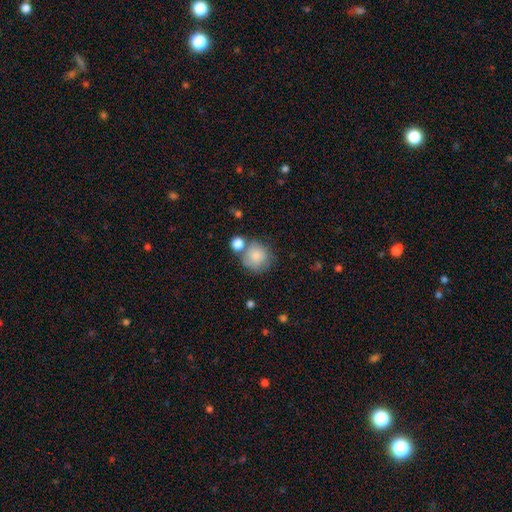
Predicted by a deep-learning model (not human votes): Smooth or featured: smooth — 81% (featured or disk — 11%)
How rounded: round — 88% (in between — 11%)
Merging: none — 57% (merger — 19%)